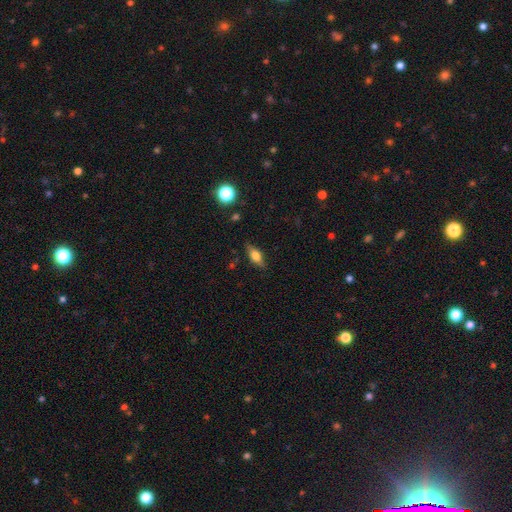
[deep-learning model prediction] Smooth or featured? smooth (65%)
How rounded? in between (74%)
Merging? none (82%)